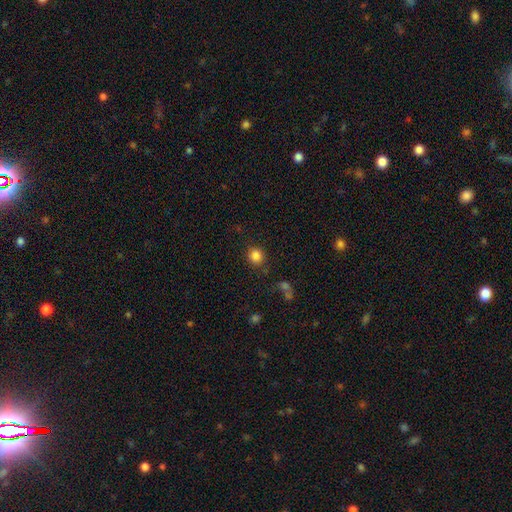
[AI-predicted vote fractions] A smooth galaxy with no disk features (84%) that is round (90%).

Vote fractions:
- Smooth or featured? smooth: 84% / star or artifact: 11% / featured or disk: 5%
- How rounded? round: 90% / in between: 9% / cigar-shaped: 1%
- Merging? none: 85% / minor disturbance: 9% / major disturbance: 4% / merger: 3%